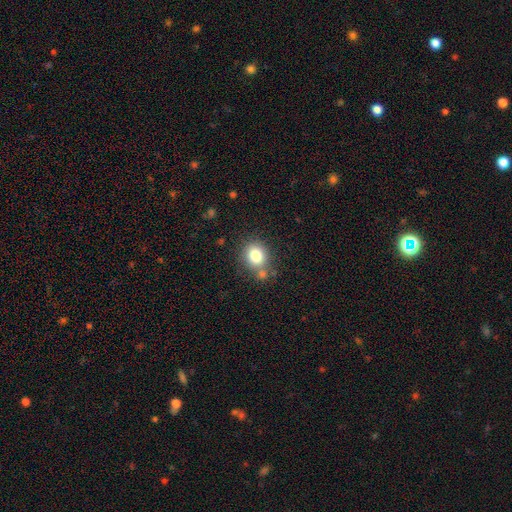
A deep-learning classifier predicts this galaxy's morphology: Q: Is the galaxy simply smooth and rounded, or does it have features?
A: smooth — 80%.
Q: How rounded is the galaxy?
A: round — 75%.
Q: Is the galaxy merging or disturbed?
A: none — 70%.